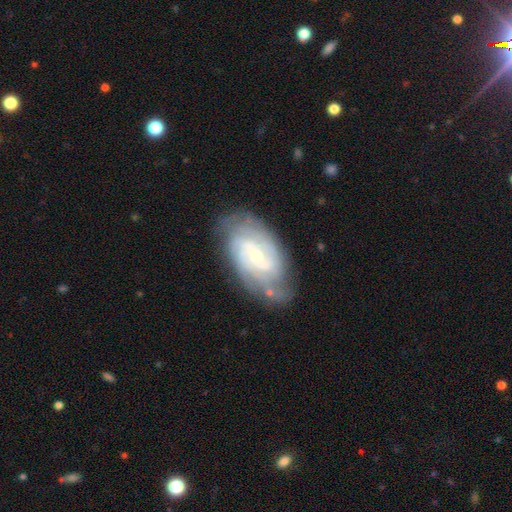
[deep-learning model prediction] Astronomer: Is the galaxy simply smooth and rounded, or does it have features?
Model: featured or disk — 86%.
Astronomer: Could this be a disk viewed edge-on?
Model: no — 96%.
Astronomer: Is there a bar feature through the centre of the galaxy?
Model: no — 46% (runner-up: weak, 43%).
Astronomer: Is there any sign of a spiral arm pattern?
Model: yes — 96%.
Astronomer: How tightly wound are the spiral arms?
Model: tight — 63%.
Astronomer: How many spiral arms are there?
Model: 2 — 31% (runner-up: can't tell, 28%).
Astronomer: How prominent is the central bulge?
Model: small — 73%.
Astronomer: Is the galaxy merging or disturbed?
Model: none — 75%.